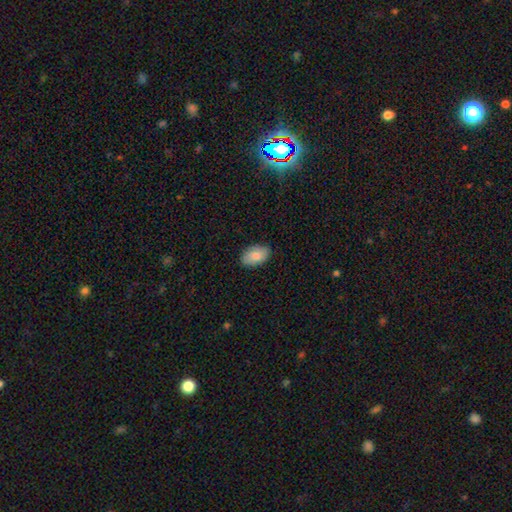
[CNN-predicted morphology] This is clearly a smooth galaxy (83%). How rounded: clearly in between (93%). Merging: clearly none (84%).